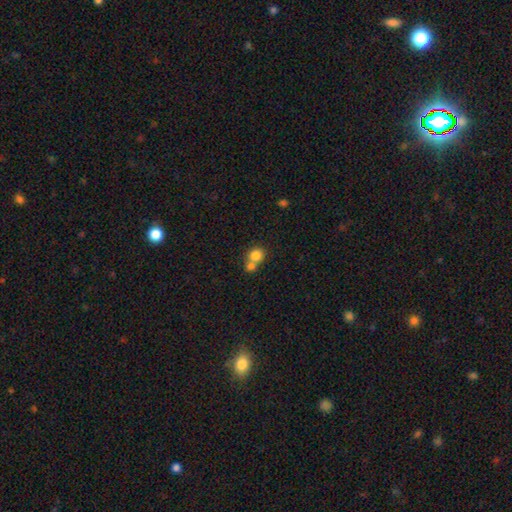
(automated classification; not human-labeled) Smooth or featured: smooth — 82% (star or artifact — 9%)
How rounded: round — 81% (in between — 18%)
Merging: merger — 53% (none — 39%)